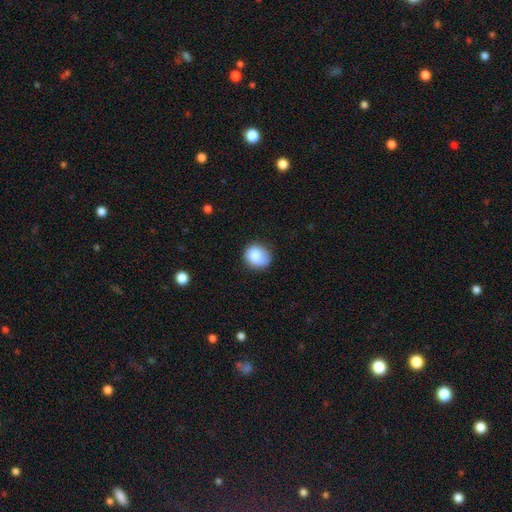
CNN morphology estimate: type=smooth (85%); roundness=round (75%); merging=none (76%).